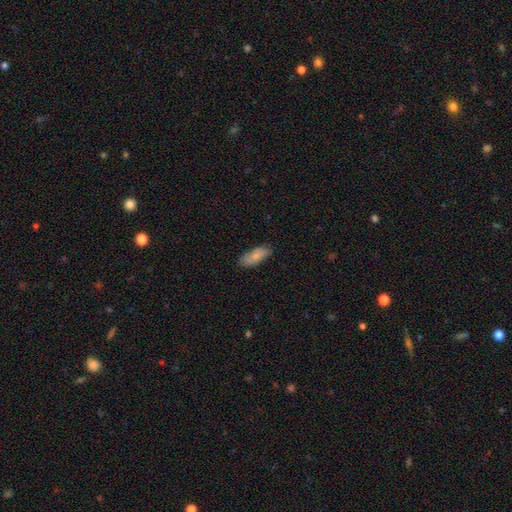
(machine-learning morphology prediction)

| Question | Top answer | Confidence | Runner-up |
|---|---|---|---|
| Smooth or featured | smooth | 80% | featured or disk (14%) |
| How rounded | in between | 75% | cigar-shaped (23%) |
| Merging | none | 79% | minor disturbance (16%) |